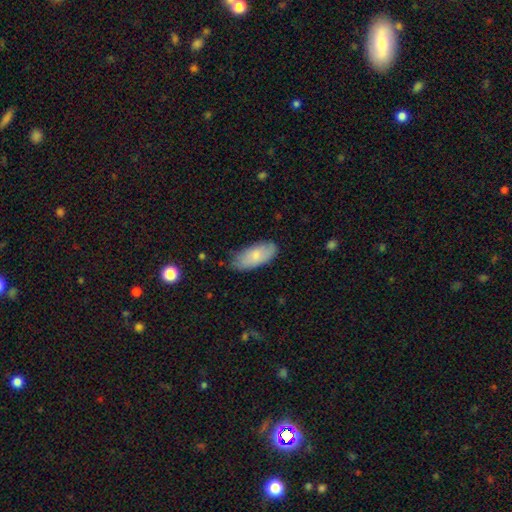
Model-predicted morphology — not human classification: Overall: smooth (77%). How rounded: in between (88%). Merging: none (74%).